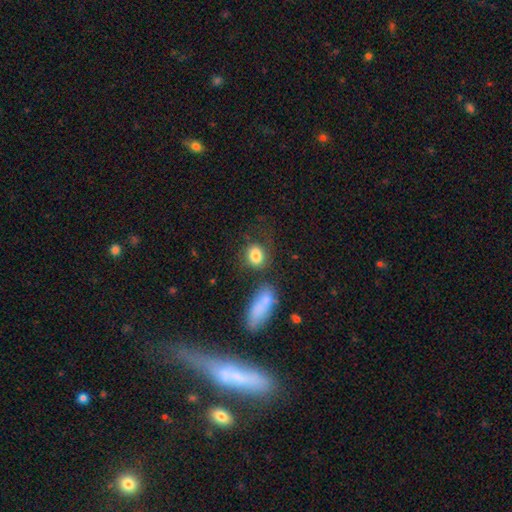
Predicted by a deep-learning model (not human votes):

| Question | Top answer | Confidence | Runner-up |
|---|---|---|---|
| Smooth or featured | smooth | 83% | featured or disk (9%) |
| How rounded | round | 52% | in between (45%) |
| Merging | none | 60% | minor disturbance (17%) |